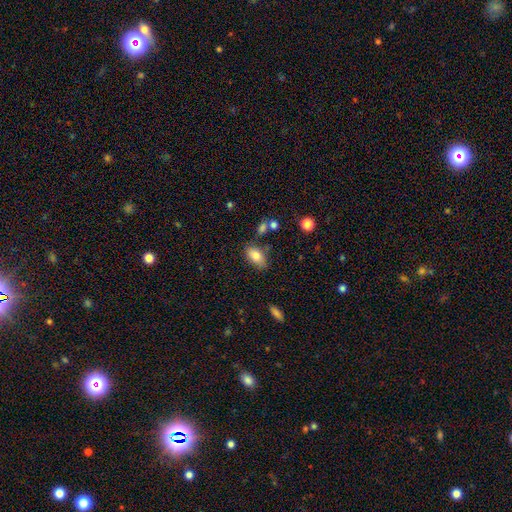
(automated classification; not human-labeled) Smooth or featured?
  - smooth: 80% *
  - featured or disk: 12%
  - star or artifact: 8%
How rounded?
  - in between: 91% *
  - round: 6%
  - cigar-shaped: 4%
Merging?
  - none: 71% *
  - minor disturbance: 19%
  - merger: 6%
  - major disturbance: 4%